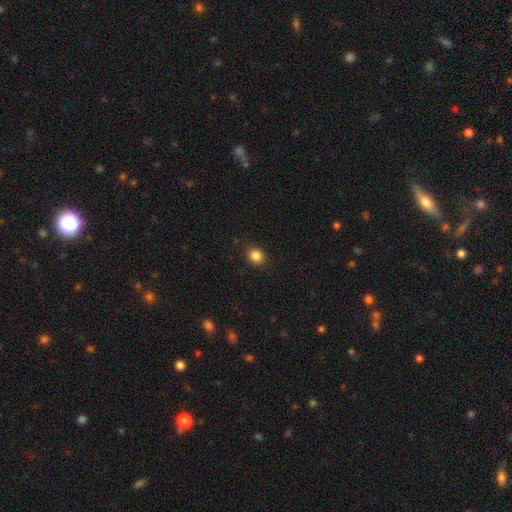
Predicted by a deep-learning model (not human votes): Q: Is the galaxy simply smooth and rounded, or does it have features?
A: smooth — 85%.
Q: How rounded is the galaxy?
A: round — 68%.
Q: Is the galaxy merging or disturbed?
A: none — 89%.